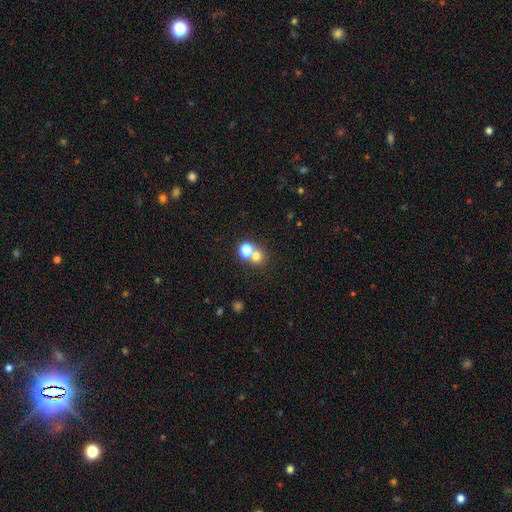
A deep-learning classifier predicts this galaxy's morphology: A smooth galaxy with no disk features (71%) that is round (82%).

Vote fractions:
- Smooth or featured? smooth: 71% / star or artifact: 17% / featured or disk: 11%
- How rounded? round: 82% / in between: 17% / cigar-shaped: 1%
- Merging? none: 46% / merger: 45% / minor disturbance: 6% / major disturbance: 3%